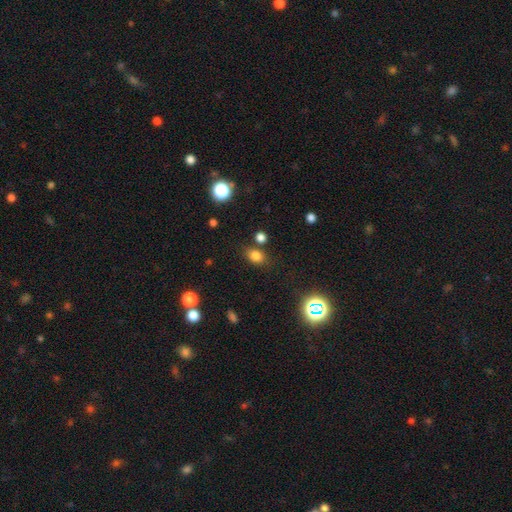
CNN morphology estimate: This is likely a smooth galaxy (78%). How rounded: possibly in between (59%). Merging: likely none (77%).